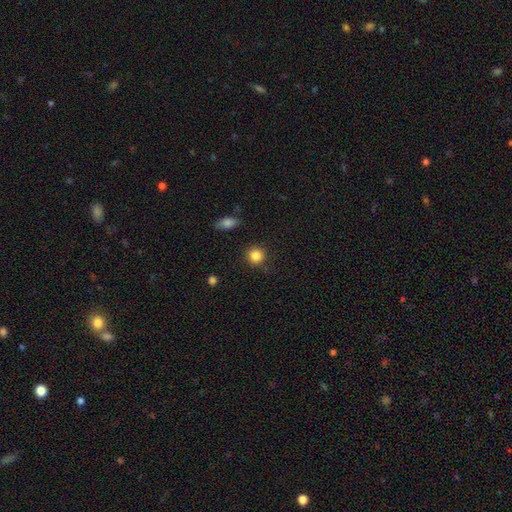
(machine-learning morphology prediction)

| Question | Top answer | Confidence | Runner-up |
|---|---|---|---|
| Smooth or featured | smooth | 85% | star or artifact (10%) |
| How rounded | round | 91% | in between (8%) |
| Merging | none | 87% | minor disturbance (9%) |